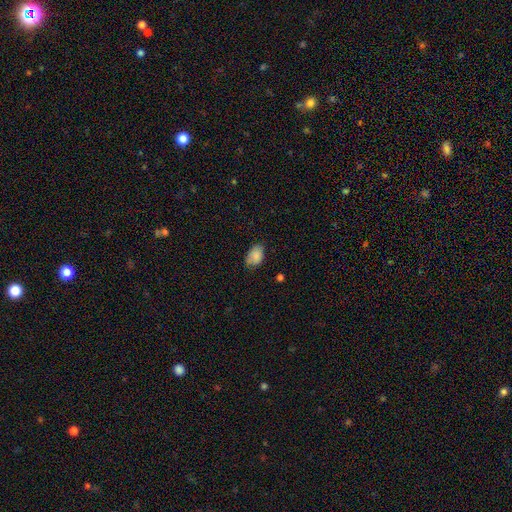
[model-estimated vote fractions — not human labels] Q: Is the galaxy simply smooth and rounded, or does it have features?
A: smooth — 85%.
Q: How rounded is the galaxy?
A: in between — 85%.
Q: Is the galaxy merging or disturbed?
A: none — 66%.